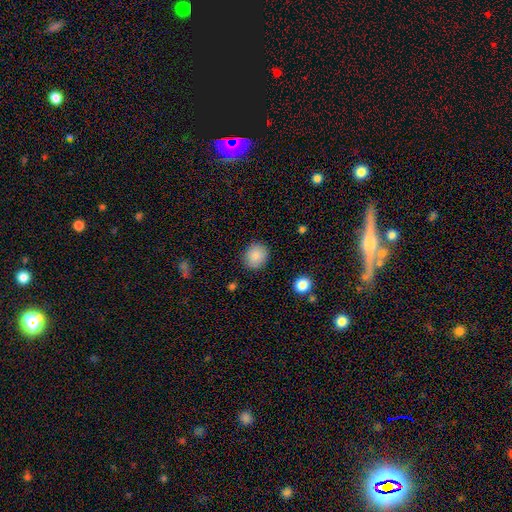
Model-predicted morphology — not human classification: type=smooth (88%); roundness=round (79%); merging=none (87%).